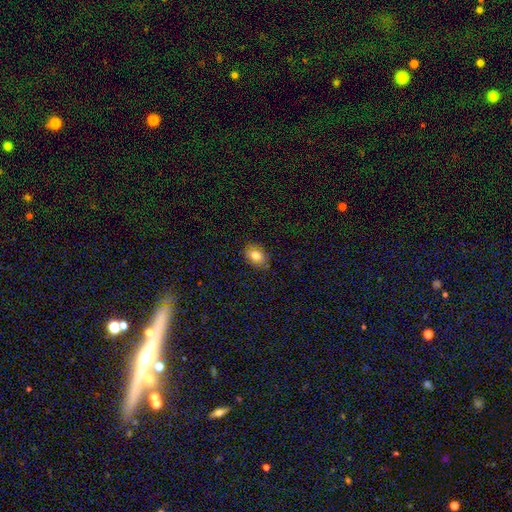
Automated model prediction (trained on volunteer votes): Q: Smooth or featured?
A: smooth (78%); runner-up: featured or disk (13%)
Q: How rounded?
A: in between (75%); runner-up: round (23%)
Q: Merging?
A: none (82%); runner-up: minor disturbance (14%)